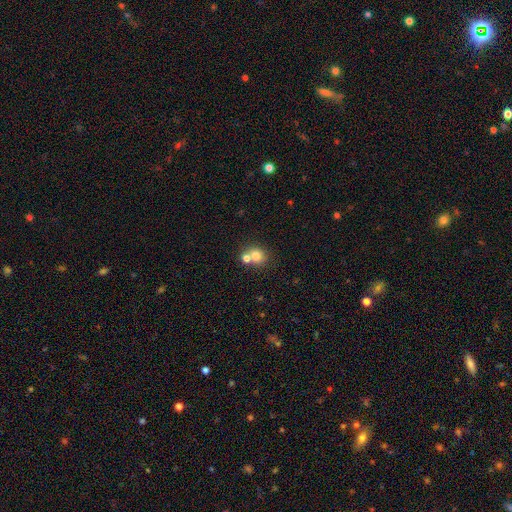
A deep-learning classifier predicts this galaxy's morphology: Smooth or featured: smooth — 76% (featured or disk — 12%)
How rounded: round — 77% (in between — 22%)
Merging: merger — 49% (none — 42%)